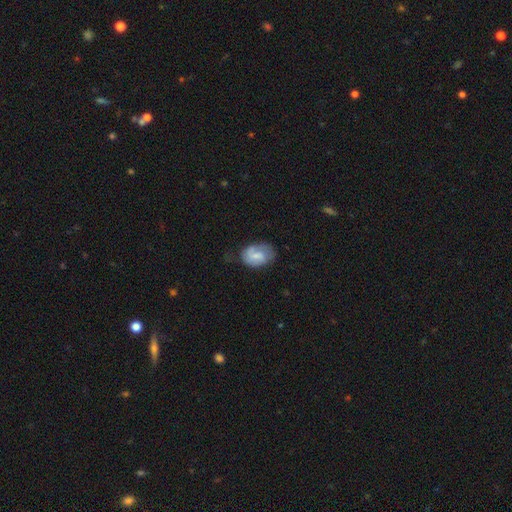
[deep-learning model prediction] Q: Smooth or featured?
A: smooth (51%); runner-up: featured or disk (41%)
Q: How rounded?
A: in between (83%); runner-up: round (16%)
Q: Merging?
A: none (54%); runner-up: minor disturbance (31%)